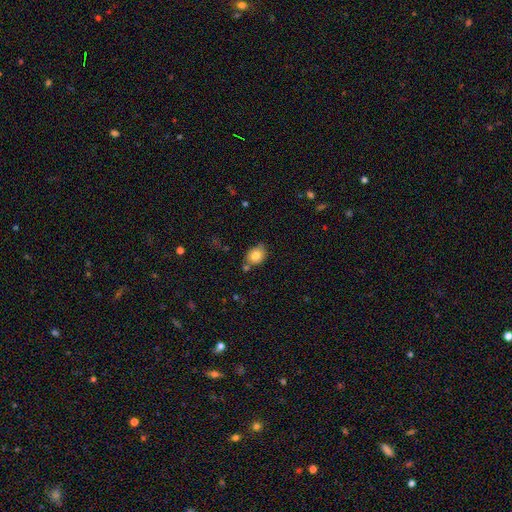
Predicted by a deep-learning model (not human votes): smooth-or-featured: smooth: 80% | featured or disk: 11% | star or artifact: 9%
  how-rounded: in between: 57% | round: 42% | cigar-shaped: 1%
  merging: none: 68% | minor disturbance: 19% | merger: 9% | major disturbance: 4%